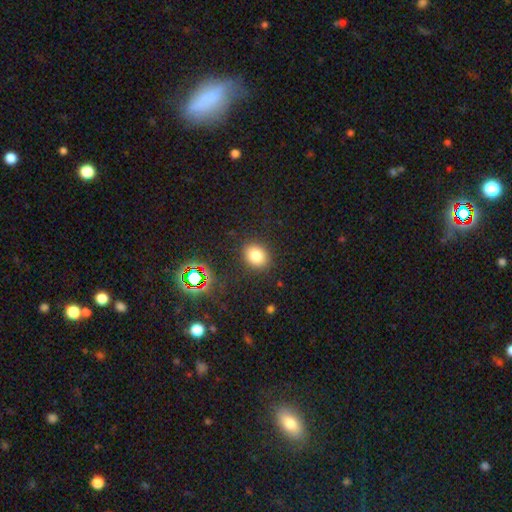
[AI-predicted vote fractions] The model was most divided on "how rounded": round: 56%, in between: 43%, cigar-shaped: 1%. More confident: merging — none (87%); smooth or featured — smooth (78%).